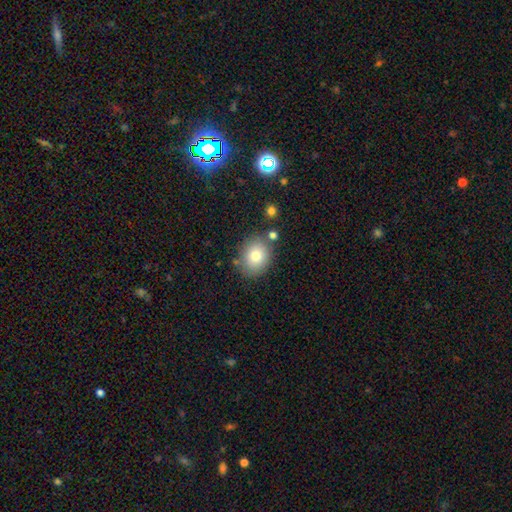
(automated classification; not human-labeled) Q: Smooth or featured?
A: smooth (79%); runner-up: featured or disk (12%)
Q: How rounded?
A: round (53%); runner-up: in between (46%)
Q: Merging?
A: none (77%); runner-up: minor disturbance (13%)